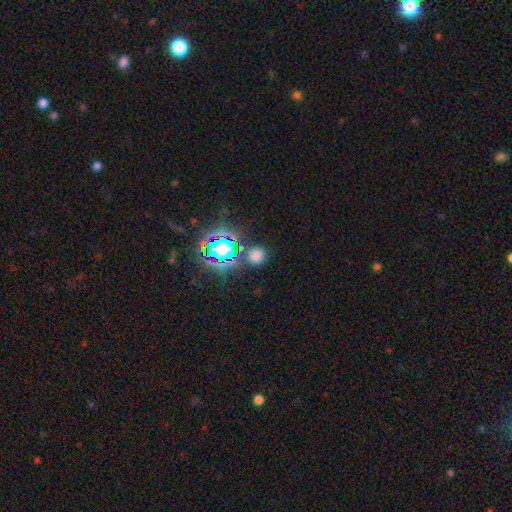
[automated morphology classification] Smooth or featured? smooth (65%)
How rounded? round (87%)
Merging? none (82%)